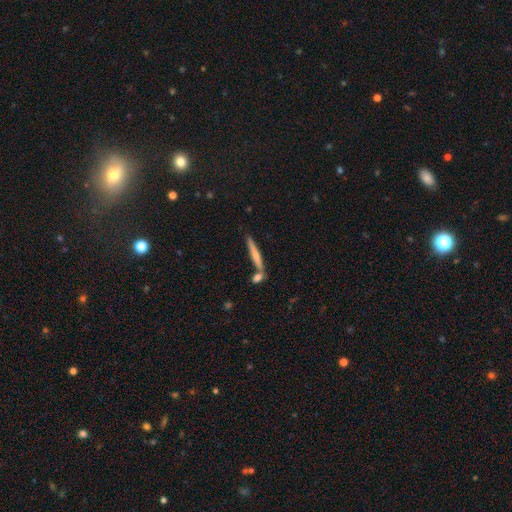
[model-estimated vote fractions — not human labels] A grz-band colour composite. It shows a smooth galaxy with no disk features (50%) that is cigar-shaped (93%). Merging: none (71%).